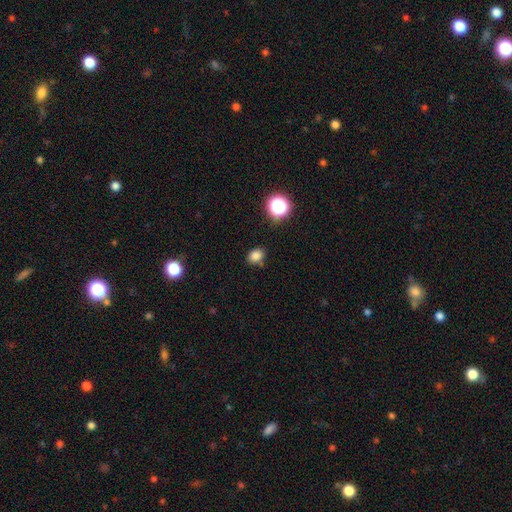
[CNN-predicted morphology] Smooth or featured: smooth — 81% (star or artifact — 14%)
How rounded: in between — 61% (round — 38%)
Merging: none — 78% (minor disturbance — 14%)